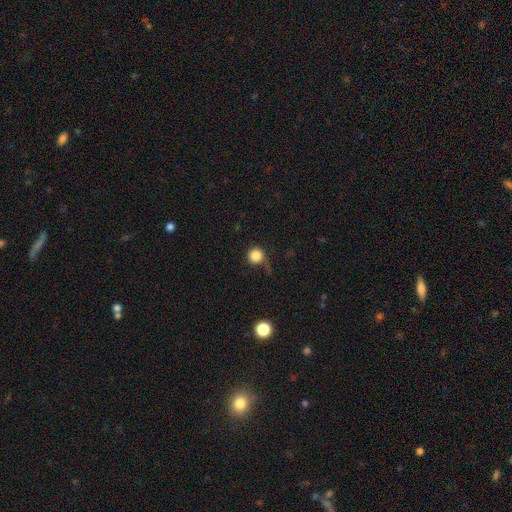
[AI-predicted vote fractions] Morphology: type=smooth (83%); roundness=round (94%); merging=none (61%).